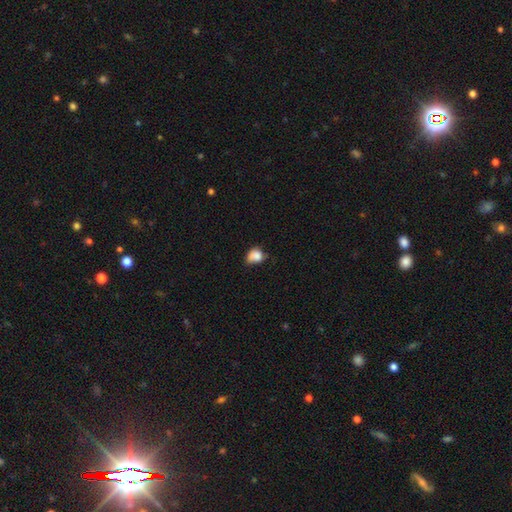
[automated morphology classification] A smooth galaxy with no disk features (81%) that is in between round and cigar-shaped (51%).

Vote fractions:
- Smooth or featured? smooth: 81% / featured or disk: 10% / star or artifact: 9%
- How rounded? in between: 51% / round: 48% / cigar-shaped: 1%
- Merging? minor disturbance: 44% / none: 33% / major disturbance: 17% / merger: 6%